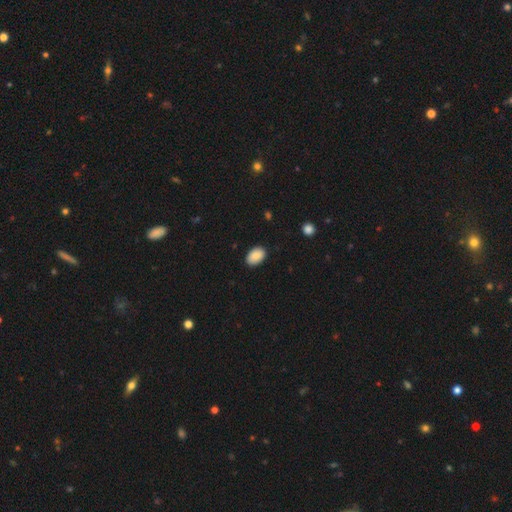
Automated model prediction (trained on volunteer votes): Smooth or featured? smooth (89%)
How rounded? in between (87%)
Merging? none (86%)